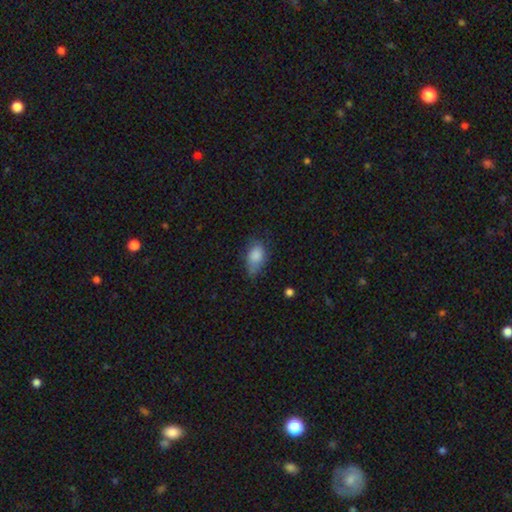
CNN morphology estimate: This appears to be a smooth galaxy with no disk features (82%) that is in between round and cigar-shaped (87%). Merging: none (48%).